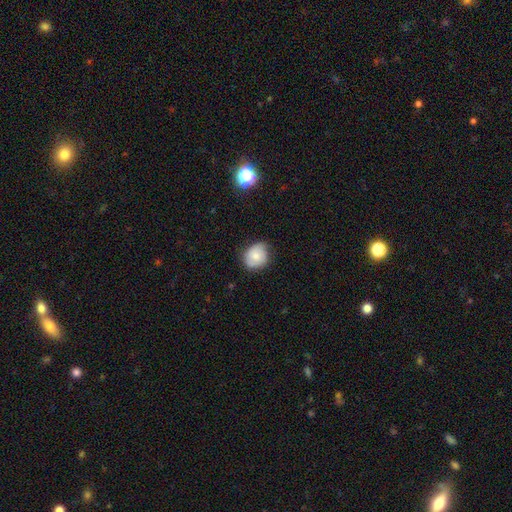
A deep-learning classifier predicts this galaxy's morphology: This appears to be a smooth galaxy with no disk features (70%) that is round (65%). Merging: none (68%).